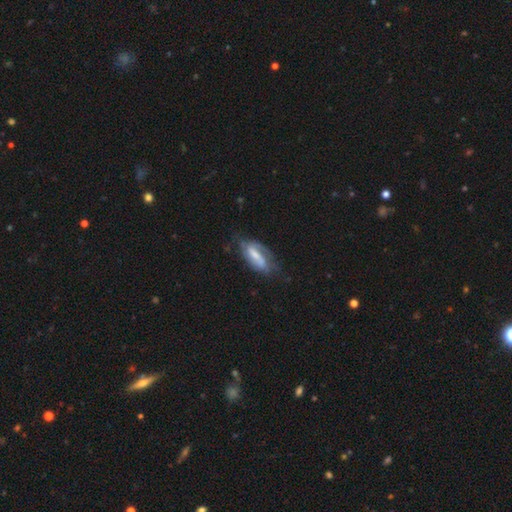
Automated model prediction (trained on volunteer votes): This appears to be a featured or disk galaxy (67%) with a strong bar (43%), 2 (69%) medium (43%) spiral arms (87%) and a moderate central bulge (36%, tied with small). Merging: none (54%).